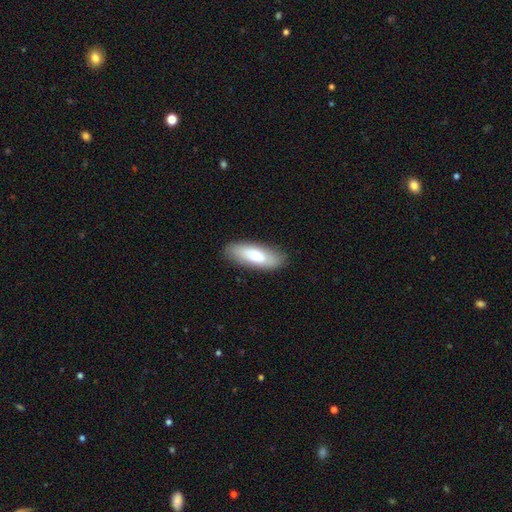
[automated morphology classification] Smooth or featured? Predicted: smooth (p=0.74). How rounded? Predicted: in between (p=0.67). Merging? Predicted: none (p=0.85).